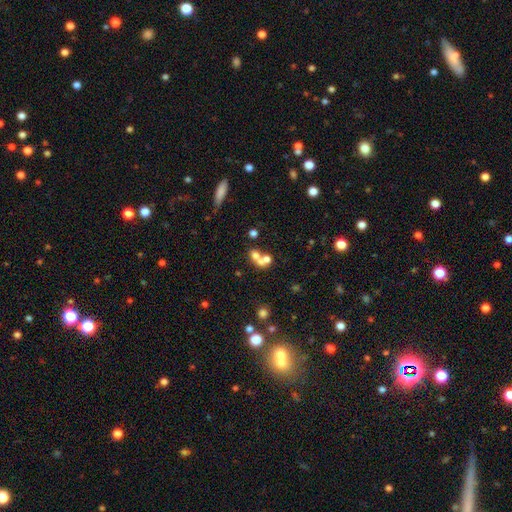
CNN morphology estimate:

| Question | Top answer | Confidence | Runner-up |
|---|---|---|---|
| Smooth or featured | smooth | 59% | featured or disk (26%) |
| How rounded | round | 64% | in between (33%) |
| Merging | merger | 61% | none (28%) |